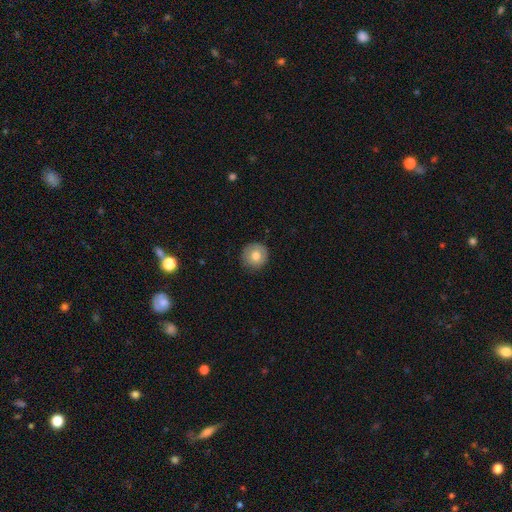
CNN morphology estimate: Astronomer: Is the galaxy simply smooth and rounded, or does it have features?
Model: smooth — 77%.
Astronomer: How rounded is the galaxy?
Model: round — 95%.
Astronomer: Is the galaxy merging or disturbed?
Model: none — 89%.